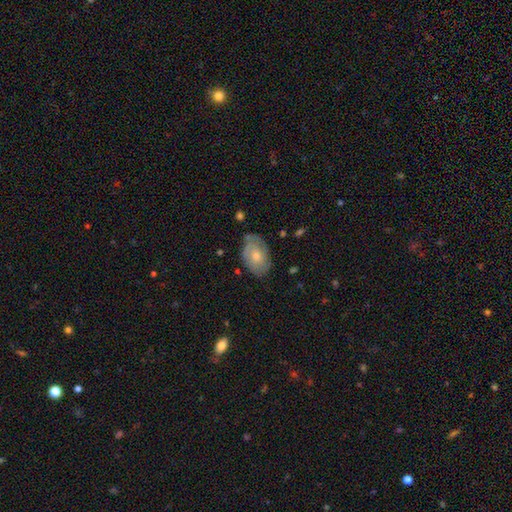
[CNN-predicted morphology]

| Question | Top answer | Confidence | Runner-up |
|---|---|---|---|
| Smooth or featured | featured or disk | 58% | smooth (36%) |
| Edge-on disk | no | 95% | yes (5%) |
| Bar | no | 77% | weak (20%) |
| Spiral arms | yes | 78% | no (22%) |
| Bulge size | moderate | 53% | small (40%) |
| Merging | none | 70% | minor disturbance (22%) |